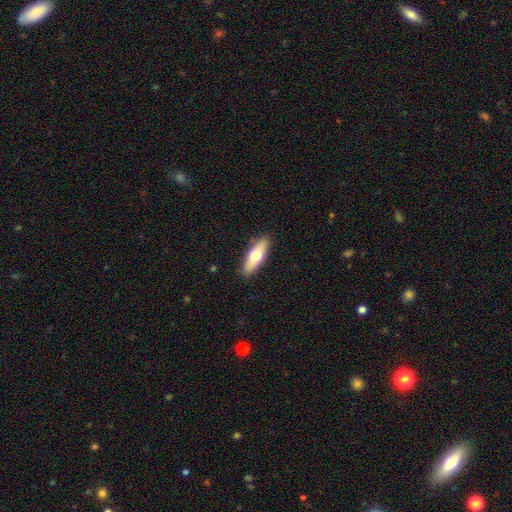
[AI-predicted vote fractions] Smooth or featured? smooth (60%)
How rounded? in between (55%)
Merging? none (88%)